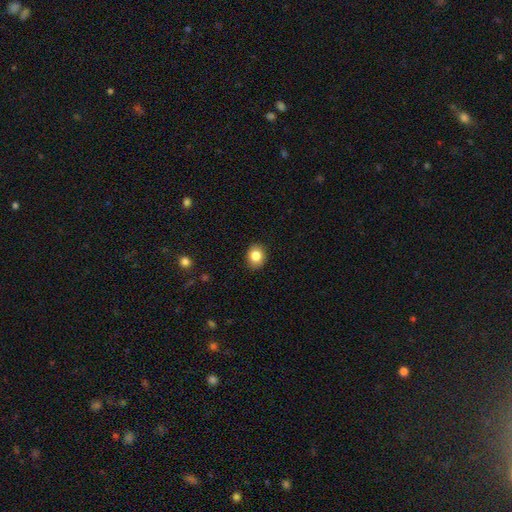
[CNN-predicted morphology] A smooth galaxy with no disk features (84%) that is round (54%).

Vote fractions:
- Smooth or featured? smooth: 84% / star or artifact: 9% / featured or disk: 7%
- How rounded? round: 54% / in between: 45% / cigar-shaped: 1%
- Merging? none: 90% / minor disturbance: 8% / major disturbance: 2% / merger: 1%